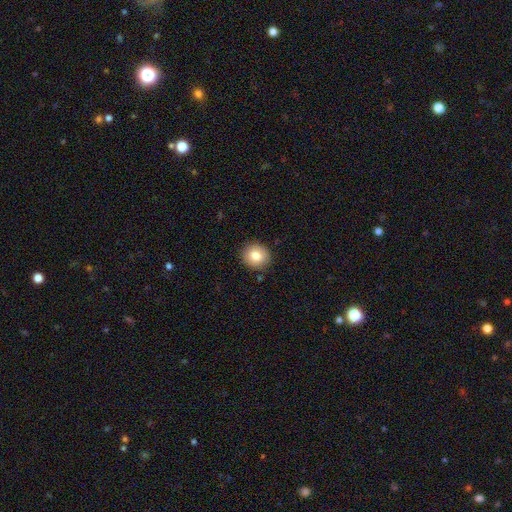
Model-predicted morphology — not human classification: Smooth or featured? smooth (82%)
How rounded? round (87%)
Merging? none (89%)